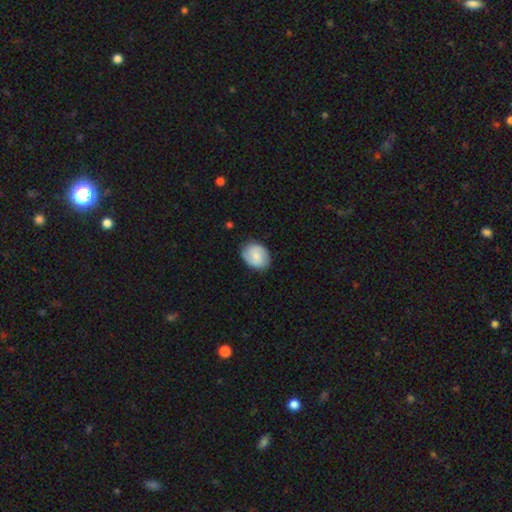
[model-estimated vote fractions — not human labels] Overall: smooth (58%; featured or disk 35%). How rounded: in between (58%; round 41%). Merging: none (82%).